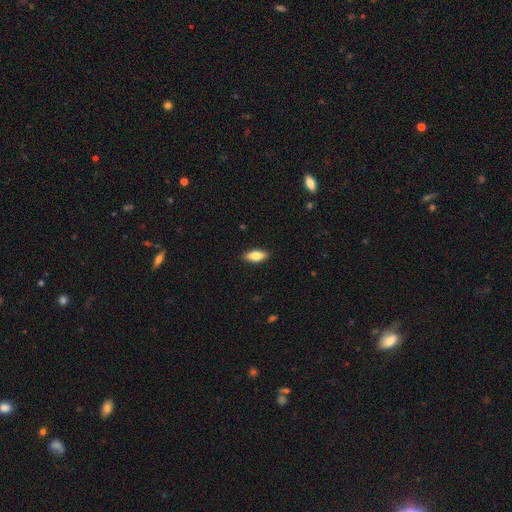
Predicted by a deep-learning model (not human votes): A smooth galaxy with no disk features (78%) that is in between round and cigar-shaped (81%).

Vote fractions:
- Smooth or featured? smooth: 78% / featured or disk: 16% / star or artifact: 6%
- How rounded? in between: 81% / cigar-shaped: 16% / round: 3%
- Merging? none: 89% / minor disturbance: 8% / major disturbance: 2% / merger: 1%